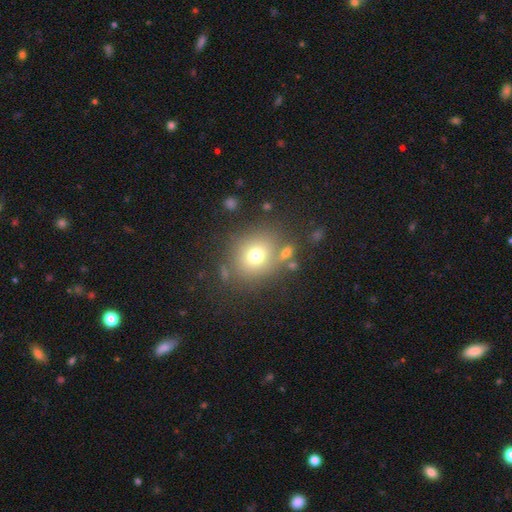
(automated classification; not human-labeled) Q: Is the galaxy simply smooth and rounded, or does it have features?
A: smooth — 72%.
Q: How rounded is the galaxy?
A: round — 79%.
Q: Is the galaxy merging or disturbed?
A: none — 73%.